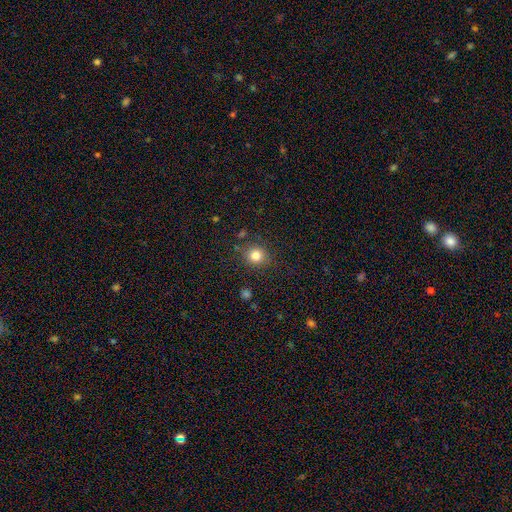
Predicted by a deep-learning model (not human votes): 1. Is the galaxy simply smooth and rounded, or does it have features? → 82% smooth, 12% star or artifact, 6% featured or disk.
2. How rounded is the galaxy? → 88% round, 11% in between, 1% cigar-shaped.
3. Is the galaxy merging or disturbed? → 85% none, 9% minor disturbance, 3% major disturbance, 2% merger.